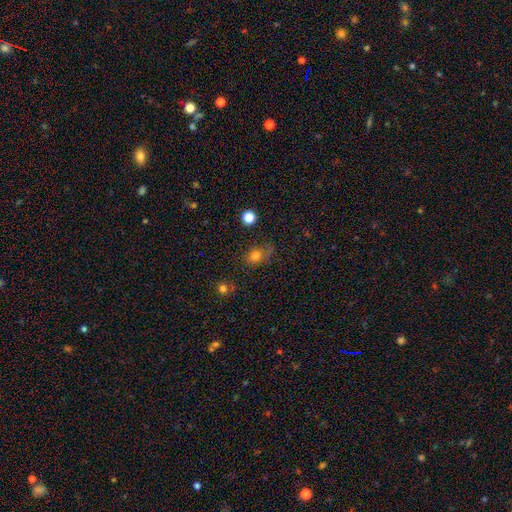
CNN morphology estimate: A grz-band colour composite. It shows a smooth galaxy with no disk features (75%) that is round (57%). Merging: none (66%).